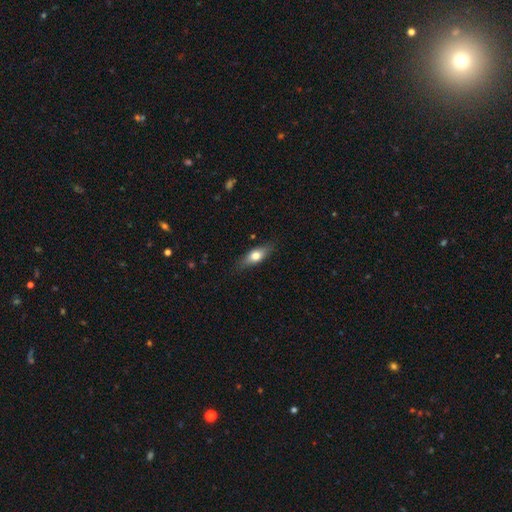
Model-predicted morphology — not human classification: The model was most divided on "how rounded": in between: 68%, cigar-shaped: 28%, round: 5%. More confident: merging — none (82%); smooth or featured — smooth (68%).